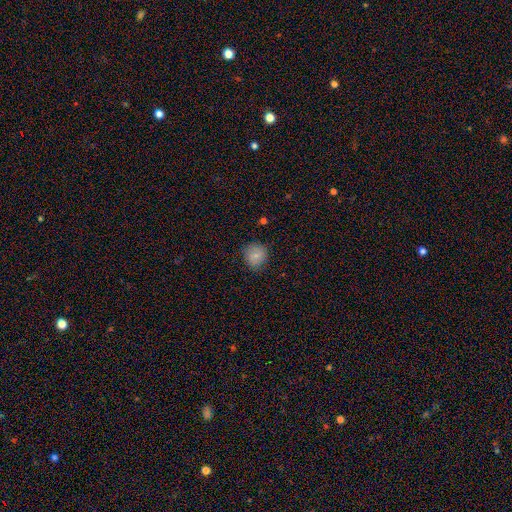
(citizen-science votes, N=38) Smooth or featured? smooth (84%)
How rounded? round (88%)
Merging? none (86%)